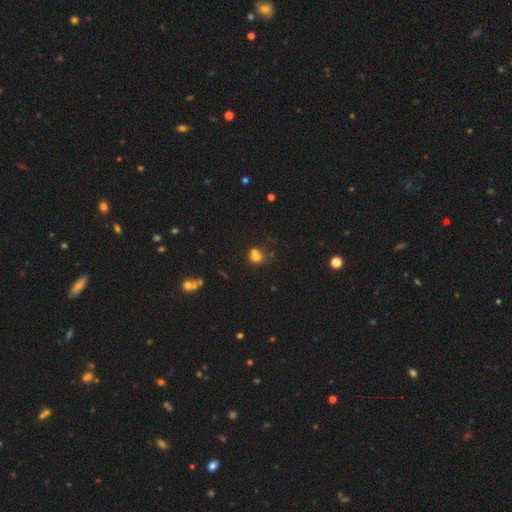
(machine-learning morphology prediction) Smooth or featured: smooth — 70% (star or artifact — 16%)
How rounded: round — 72% (in between — 27%)
Merging: merger — 44% (none — 39%)